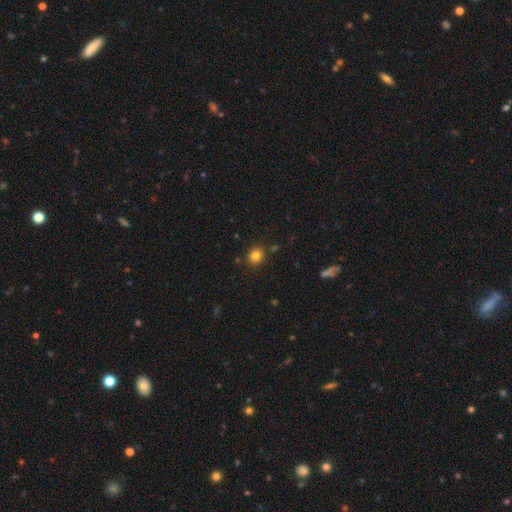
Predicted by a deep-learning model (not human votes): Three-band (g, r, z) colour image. It shows a smooth galaxy with no disk features (82%) that is round (79%). Merging: none (85%).